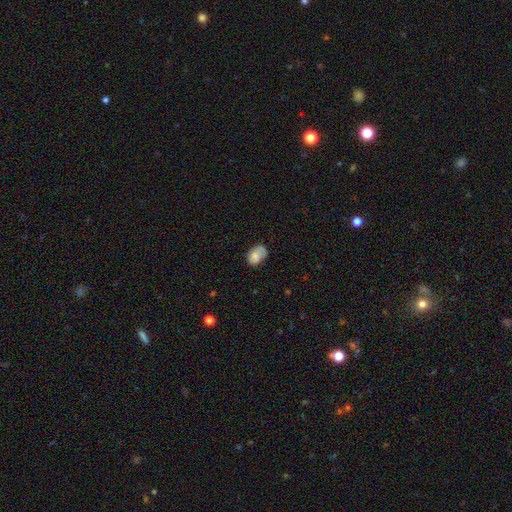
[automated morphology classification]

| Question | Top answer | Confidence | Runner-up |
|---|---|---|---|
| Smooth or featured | smooth | 73% | featured or disk (19%) |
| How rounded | in between | 82% | round (17%) |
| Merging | none | 51% | minor disturbance (32%) |